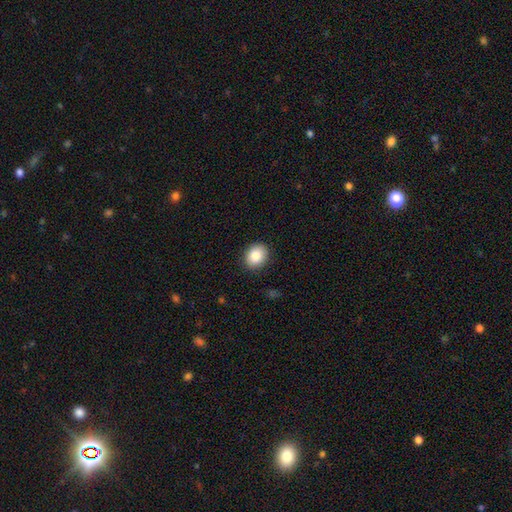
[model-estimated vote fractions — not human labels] A smooth galaxy with no disk features (86%) that is round (56%).

Vote fractions:
- Smooth or featured? smooth: 86% / star or artifact: 8% / featured or disk: 6%
- How rounded? round: 56% / in between: 43% / cigar-shaped: 1%
- Merging? none: 89% / minor disturbance: 8% / major disturbance: 2% / merger: 1%